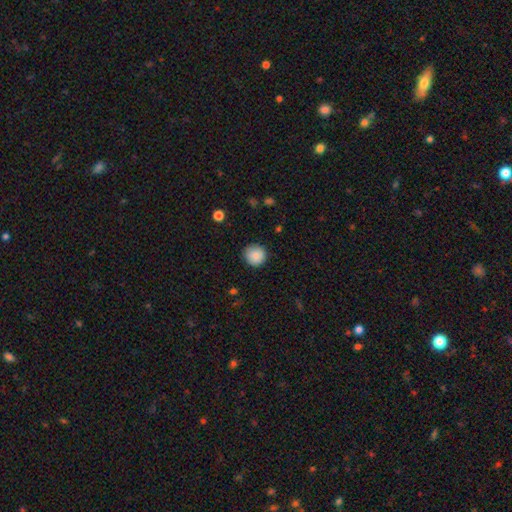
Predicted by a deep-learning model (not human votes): Q: Smooth or featured?
A: smooth (87%); runner-up: star or artifact (8%)
Q: How rounded?
A: round (94%); runner-up: in between (5%)
Q: Merging?
A: none (87%); runner-up: minor disturbance (10%)